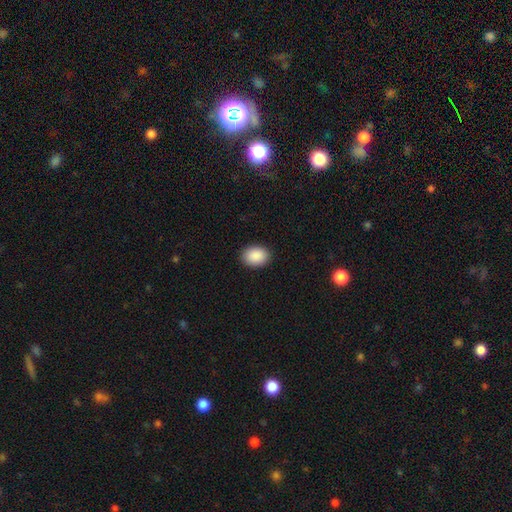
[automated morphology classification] smooth 90%, star or artifact 7%, featured or disk 3%. Down the decision tree: how rounded — in between (72%); merging — none (90%).